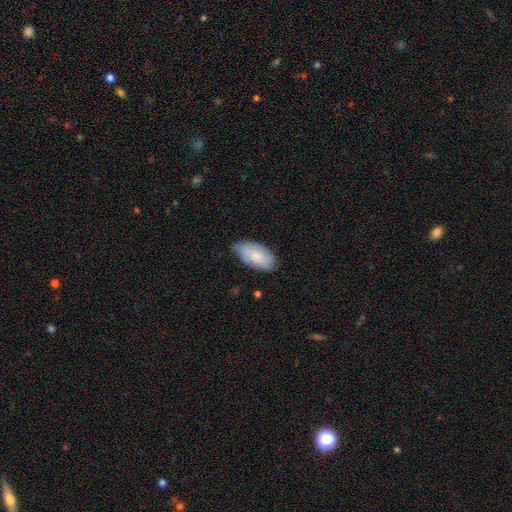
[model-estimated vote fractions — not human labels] Morphology: type=smooth (75%); roundness=in between (94%); merging=none (55%).